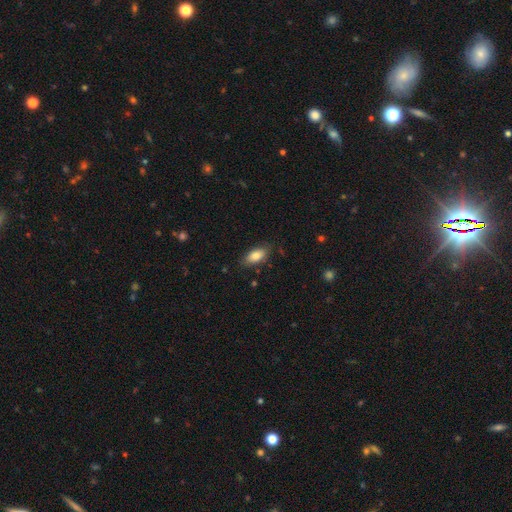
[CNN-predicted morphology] A smooth galaxy with no disk features (82%) that is in between round and cigar-shaped (88%). Merging: none (80%).